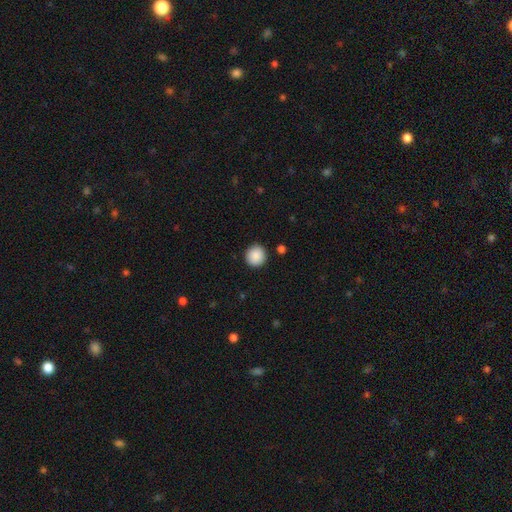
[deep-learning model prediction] This is clearly a smooth galaxy (90%). How rounded: clearly round (95%). Merging: clearly none (92%).